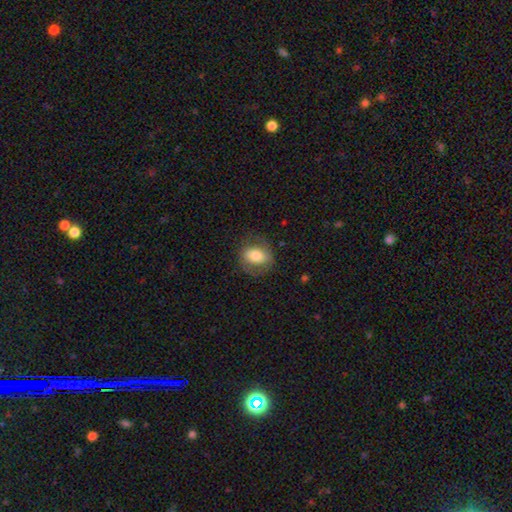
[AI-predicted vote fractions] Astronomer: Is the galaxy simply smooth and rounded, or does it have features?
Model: smooth — 64%.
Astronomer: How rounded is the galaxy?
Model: in between — 63%.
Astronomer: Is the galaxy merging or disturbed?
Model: none — 71%.